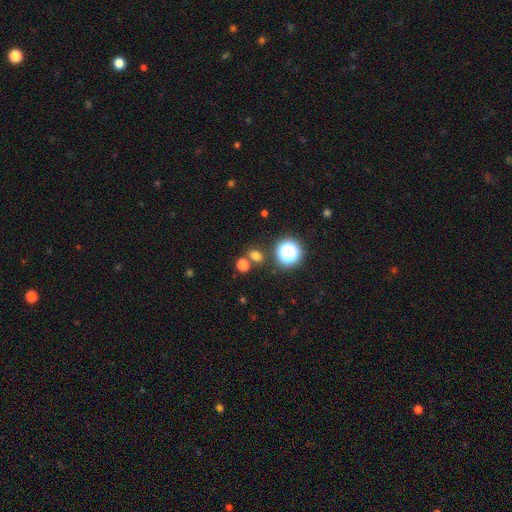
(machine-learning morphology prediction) A smooth galaxy with no disk features (69%) that is round (62%).

Vote fractions:
- Smooth or featured? smooth: 69% / star or artifact: 25% / featured or disk: 6%
- How rounded? round: 62% / in between: 37% / cigar-shaped: 1%
- Merging? none: 74% / merger: 14% / minor disturbance: 8% / major disturbance: 3%